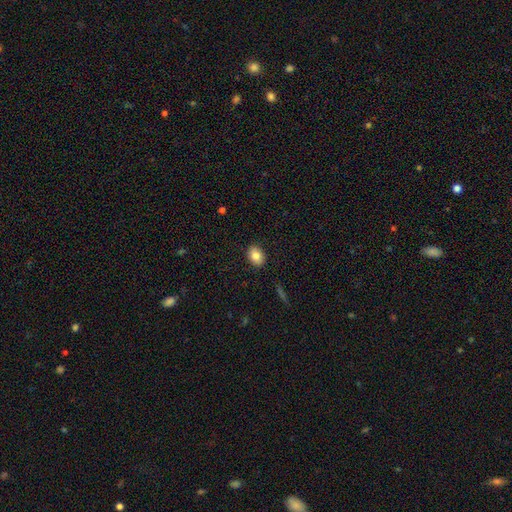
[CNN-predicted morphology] Smooth or featured? Predicted: smooth (p=0.84). How rounded? Predicted: in between (p=0.70). Merging? Predicted: none (p=0.89).